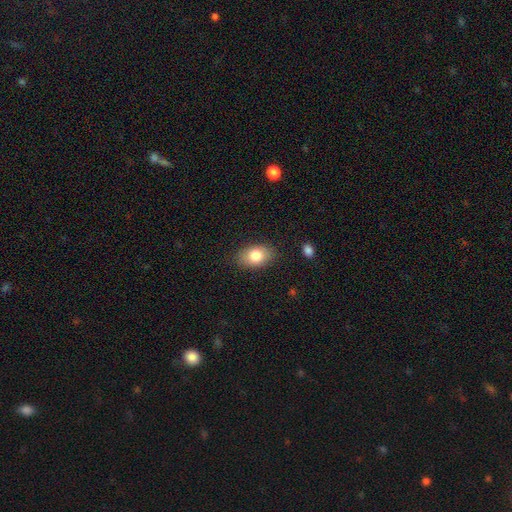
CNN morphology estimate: Q: Smooth or featured?
A: smooth (81%); runner-up: featured or disk (11%)
Q: How rounded?
A: in between (86%); runner-up: round (13%)
Q: Merging?
A: none (84%); runner-up: minor disturbance (11%)